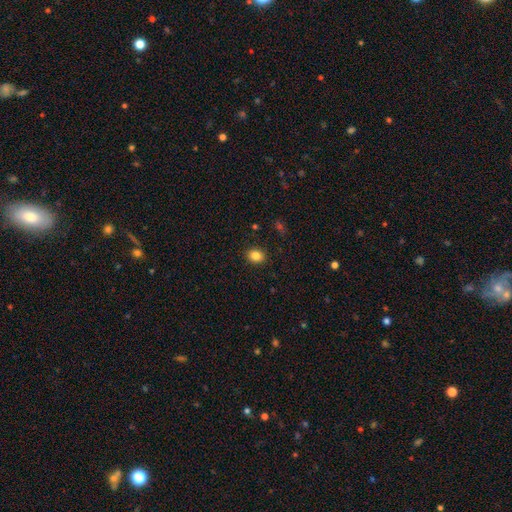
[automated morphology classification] Smooth or featured? smooth (84%)
How rounded? round (57%)
Merging? none (90%)